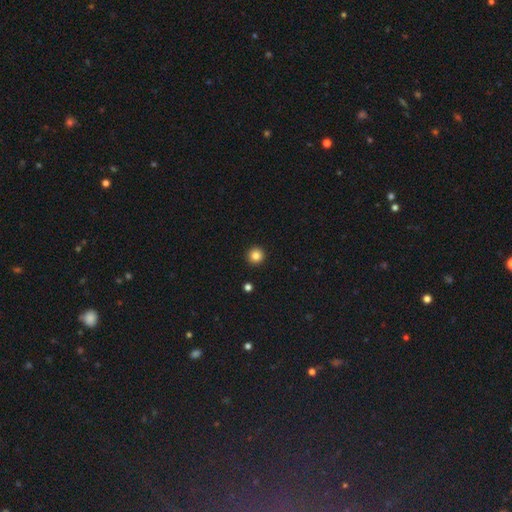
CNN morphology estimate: Smooth or featured? Predicted: smooth (p=0.84). How rounded? Predicted: round (p=0.96). Merging? Predicted: none (p=0.94).